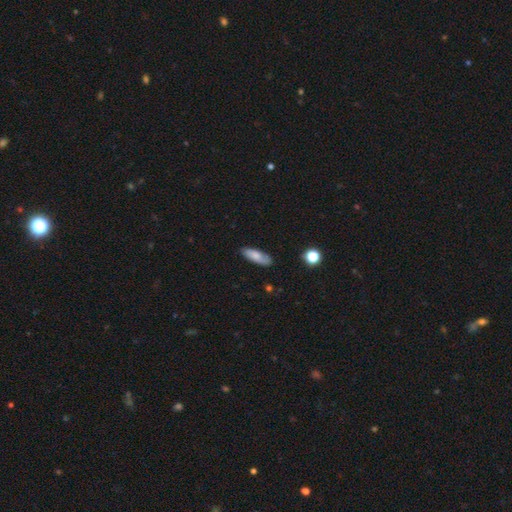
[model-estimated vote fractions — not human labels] This appears to be a smooth galaxy with no disk features (72%) that is in between round and cigar-shaped (63%). Merging: none (80%).